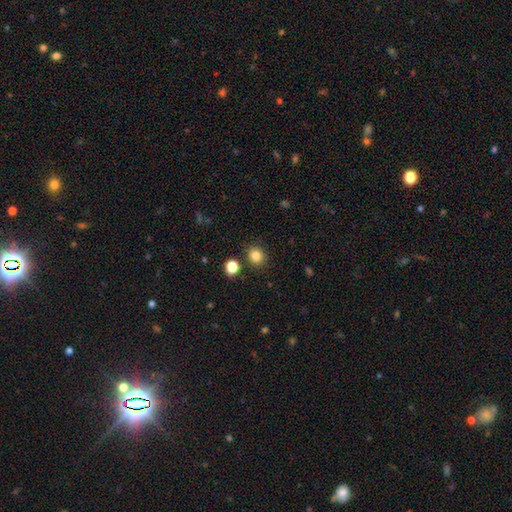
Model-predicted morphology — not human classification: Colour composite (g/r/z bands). It shows a smooth galaxy with no disk features (83%) that is round (77%). Merging: none (85%).